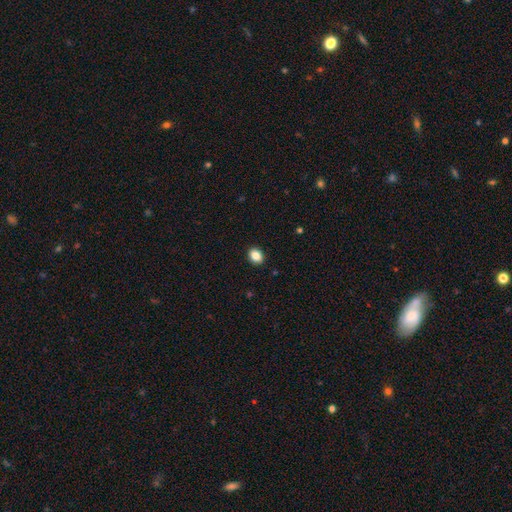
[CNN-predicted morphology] The model was most divided on "how rounded": in between: 58%, round: 41%, cigar-shaped: 1%. More confident: merging — none (91%); smooth or featured — smooth (86%).